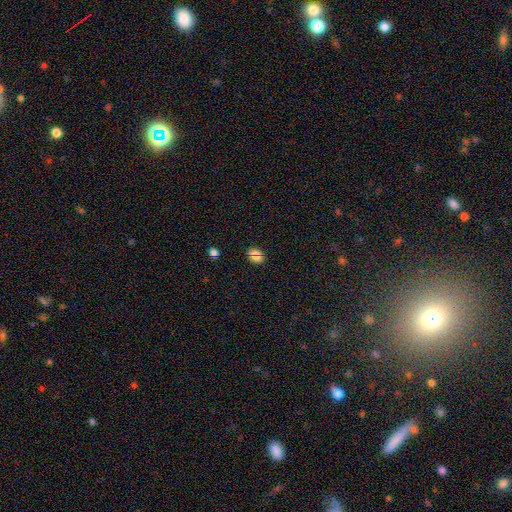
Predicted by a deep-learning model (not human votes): The model was most divided on "how rounded": in between: 53%, round: 44%, cigar-shaped: 3%. More confident: merging — none (83%); smooth or featured — smooth (68%).